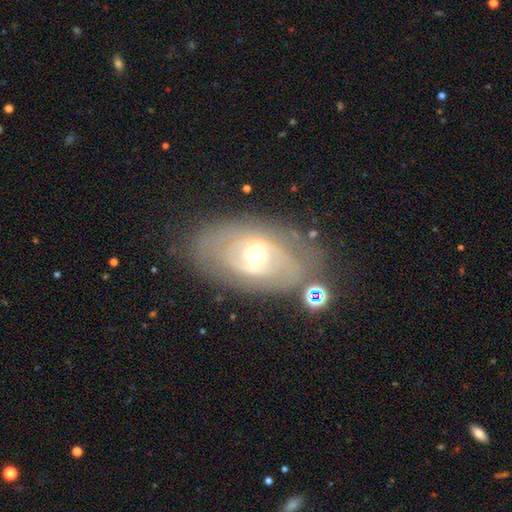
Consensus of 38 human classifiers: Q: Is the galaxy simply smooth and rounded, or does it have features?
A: featured or disk — 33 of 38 (87%).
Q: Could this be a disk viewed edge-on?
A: no — 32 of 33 (97%).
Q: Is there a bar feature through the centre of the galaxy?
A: no — 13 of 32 (41%).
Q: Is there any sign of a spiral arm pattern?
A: yes — 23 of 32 (72%).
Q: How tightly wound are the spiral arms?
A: tight — 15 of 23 (65%).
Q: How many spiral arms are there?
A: can't tell — 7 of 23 (30%).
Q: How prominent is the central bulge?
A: moderate — 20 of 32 (62%).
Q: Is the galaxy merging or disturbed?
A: none — 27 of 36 (75%).